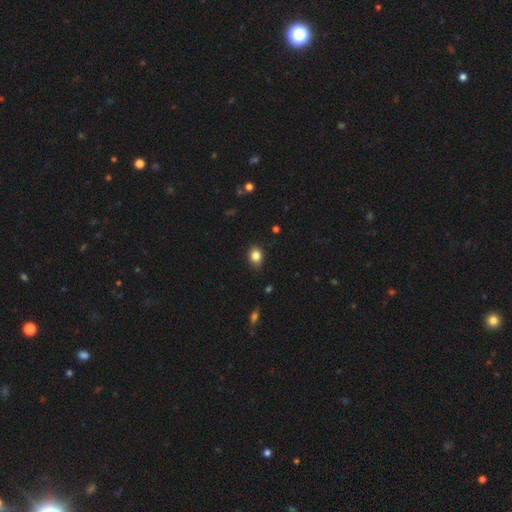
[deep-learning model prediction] Smooth or featured? Predicted: smooth (p=0.84). How rounded? Predicted: in between (p=0.56). Merging? Predicted: none (p=0.85).